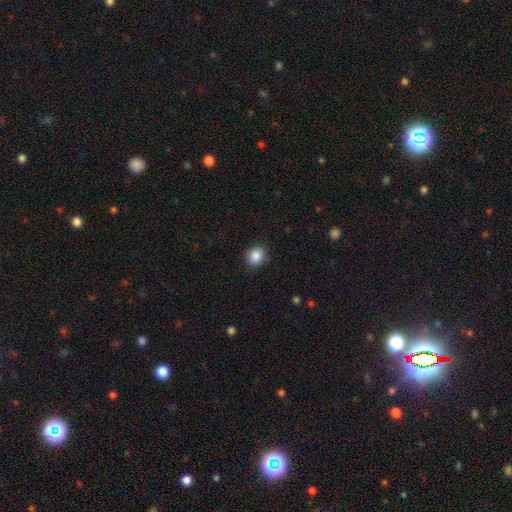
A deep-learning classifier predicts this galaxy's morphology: This is clearly a smooth galaxy (88%). How rounded: likely round (63%). Merging: clearly none (88%).